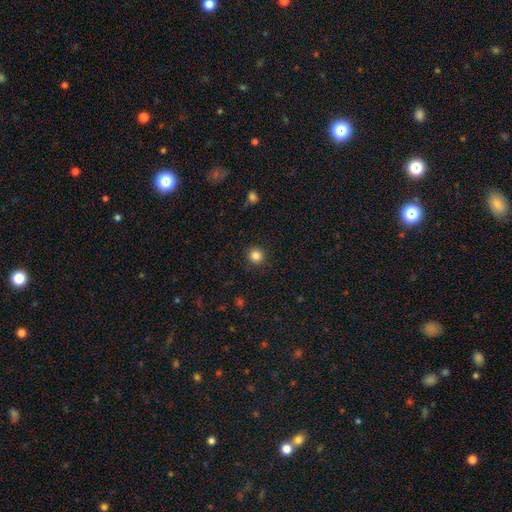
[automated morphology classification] Overall: smooth (85%). How rounded: round (95%). Merging: none (91%).